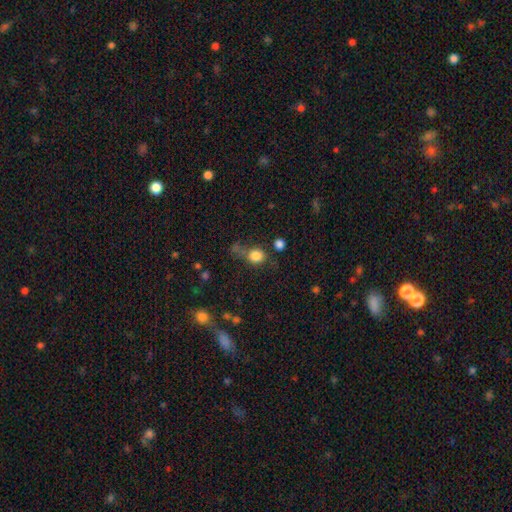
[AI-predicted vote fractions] This is clearly a smooth galaxy (81%). How rounded: likely round (79%). Merging: possibly none (58%).